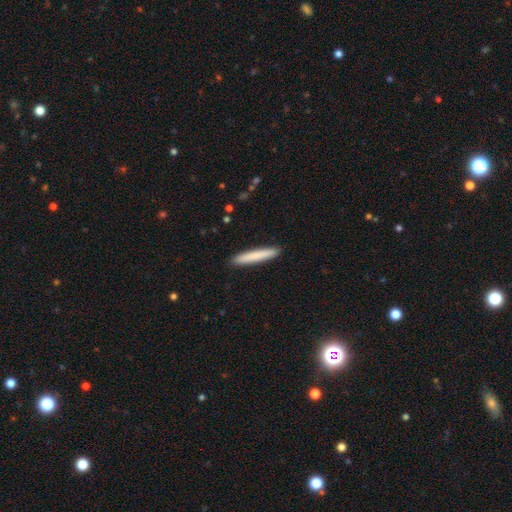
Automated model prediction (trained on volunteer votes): Overall: smooth (81%). How rounded: cigar-shaped (95%). Merging: none (92%).